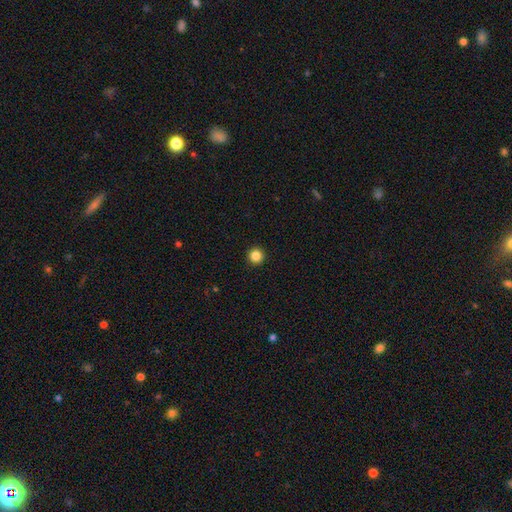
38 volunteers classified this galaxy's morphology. Smooth or featured? smooth (89%)
How rounded? round (100%)
Merging? none (94%)